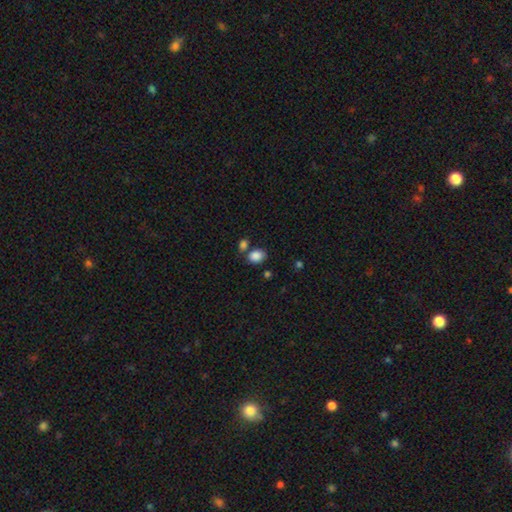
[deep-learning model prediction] This appears to be a smooth galaxy with no disk features (86%) that is in between round and cigar-shaped (64%). Merging: none (61%).